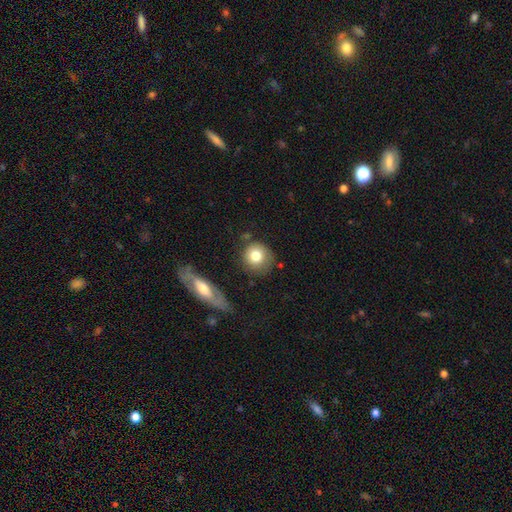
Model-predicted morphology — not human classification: Smooth or featured?
  - smooth: 78% *
  - featured or disk: 14%
  - star or artifact: 8%
How rounded?
  - round: 89% *
  - in between: 9%
  - cigar-shaped: 1%
Merging?
  - none: 72% *
  - minor disturbance: 16%
  - merger: 6%
  - major disturbance: 5%